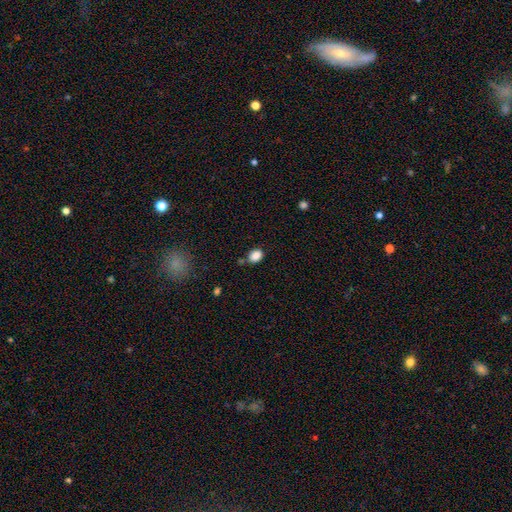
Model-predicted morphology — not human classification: The model was most divided on "how rounded": in between: 65%, round: 34%, cigar-shaped: 1%. More confident: smooth or featured — smooth (87%); merging — none (73%).